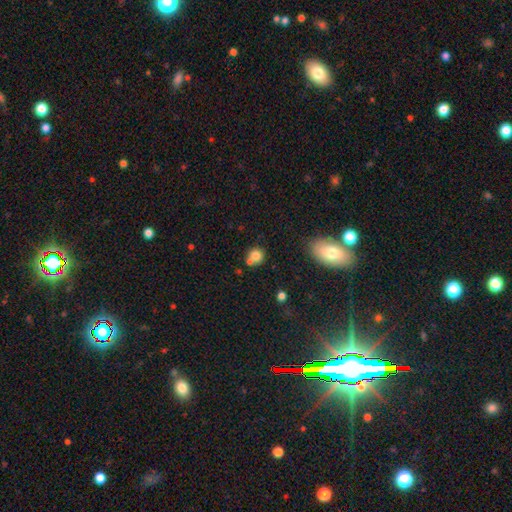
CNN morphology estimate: smooth_or_featured: smooth (p=0.79) [alt: star or artifact p=0.11]
how_rounded: round (p=0.83) [alt: in between p=0.16]
merging: none (p=0.51) [alt: merger p=0.34]